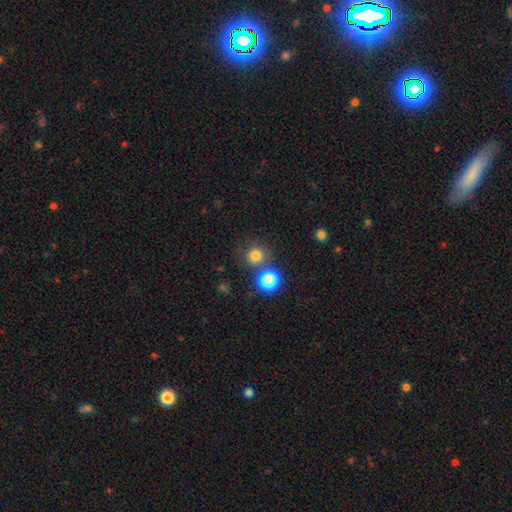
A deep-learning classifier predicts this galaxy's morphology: smooth 76%, star or artifact 18%, featured or disk 6%. Down the decision tree: how rounded — round (92%); merging — none (72%).